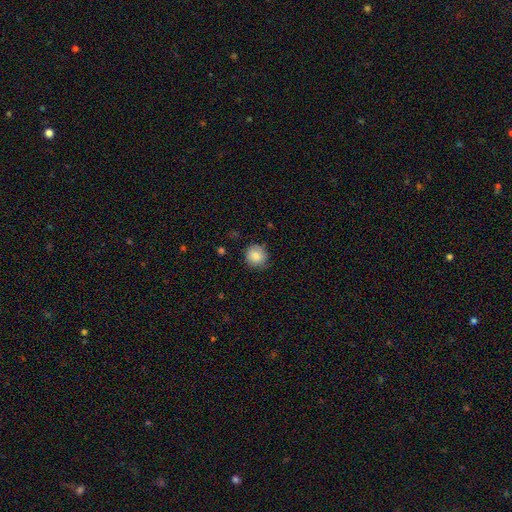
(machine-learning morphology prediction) This appears to be a smooth galaxy with no disk features (86%) that is round (90%). Merging: none (78%).